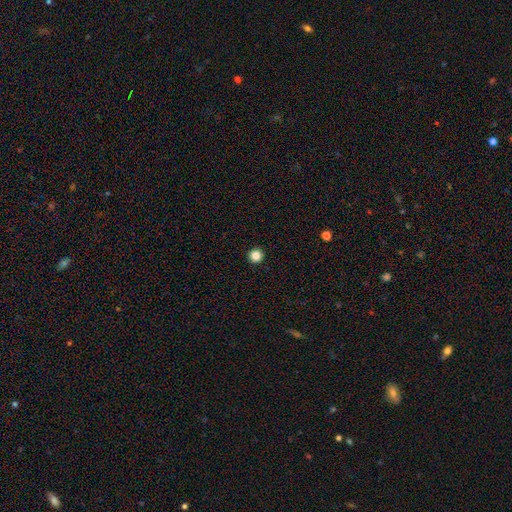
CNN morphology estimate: The model was most divided on "smooth or featured": smooth: 85%, star or artifact: 11%, featured or disk: 4%. More confident: how rounded — round (96%); merging — none (94%).